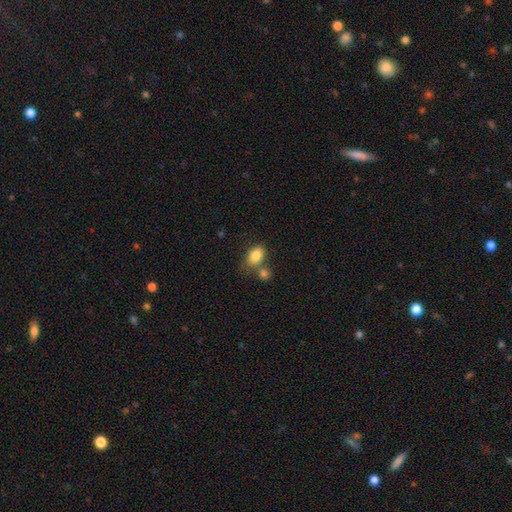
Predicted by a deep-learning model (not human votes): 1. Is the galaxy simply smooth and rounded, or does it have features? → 84% smooth, 8% star or artifact, 8% featured or disk.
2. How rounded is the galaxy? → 83% in between, 16% round, 2% cigar-shaped.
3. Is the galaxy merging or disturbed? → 52% none, 29% merger, 15% minor disturbance, 5% major disturbance.